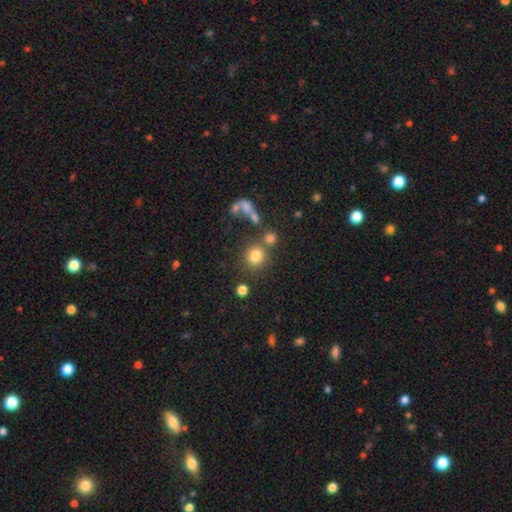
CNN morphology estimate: A smooth galaxy with no disk features (77%) that is round (88%). Merging: none (67%).